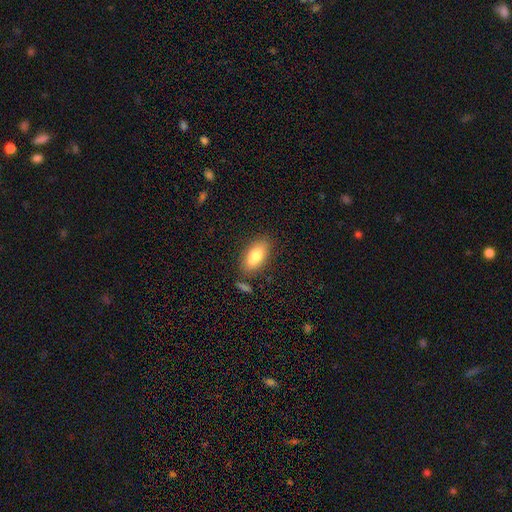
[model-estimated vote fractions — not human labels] Smooth or featured? Predicted: smooth (p=0.77). How rounded? Predicted: in between (p=0.85). Merging? Predicted: none (p=0.78).